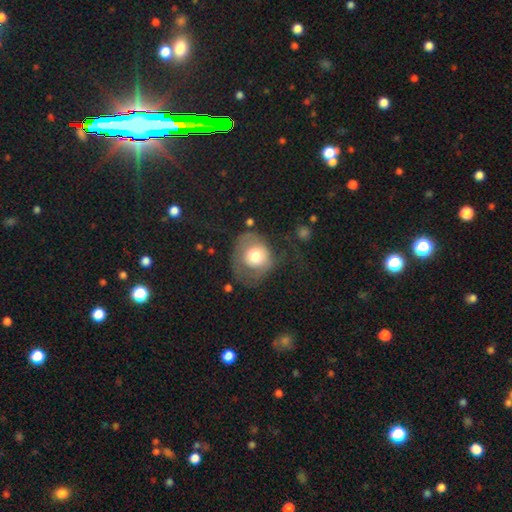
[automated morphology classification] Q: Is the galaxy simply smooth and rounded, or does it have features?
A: smooth — 64%.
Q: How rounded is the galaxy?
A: round — 71%.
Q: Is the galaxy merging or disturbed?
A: major disturbance — 37%.